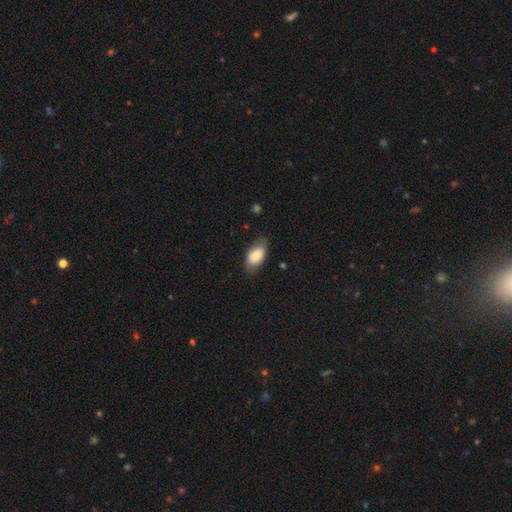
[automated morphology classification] Smooth or featured? smooth (80%)
How rounded? in between (92%)
Merging? none (74%)